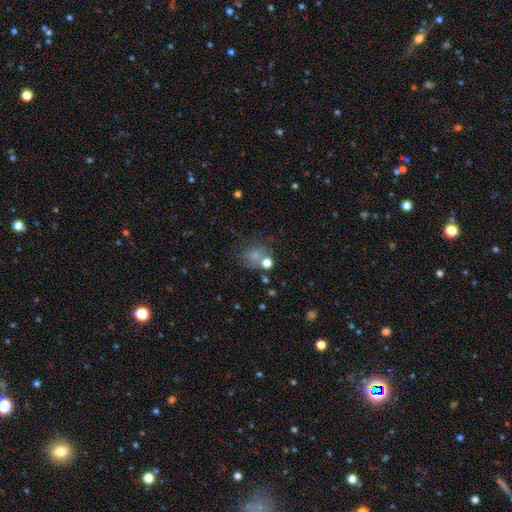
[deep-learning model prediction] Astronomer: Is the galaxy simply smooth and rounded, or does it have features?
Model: smooth — 70%.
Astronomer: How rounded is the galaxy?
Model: round — 69%.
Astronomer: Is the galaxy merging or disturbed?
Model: none — 52%.